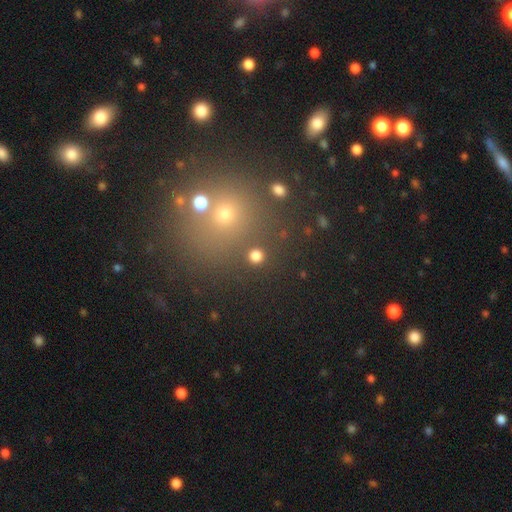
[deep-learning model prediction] smooth-or-featured: smooth: 80% | star or artifact: 15% | featured or disk: 4%
  how-rounded: round: 92% | in between: 7% | cigar-shaped: 1%
  merging: none: 87% | merger: 5% | minor disturbance: 5% | major disturbance: 3%